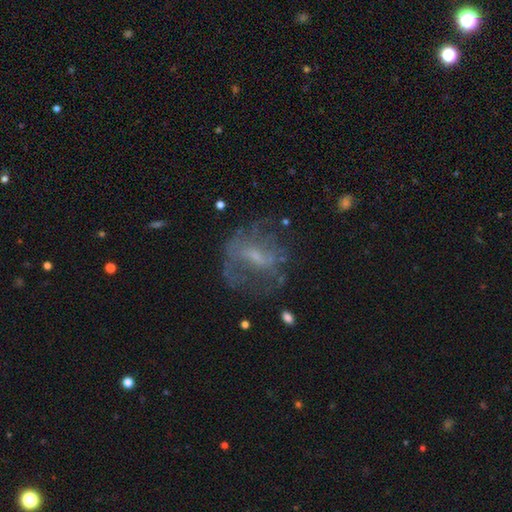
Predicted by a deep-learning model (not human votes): Q: Smooth or featured?
A: featured or disk (59%); runner-up: smooth (26%)
Q: Edge-on disk?
A: no (94%); runner-up: yes (6%)
Q: Bar?
A: weak (43%); runner-up: no (39%)
Q: Spiral arms?
A: no (53%); runner-up: yes (47%)
Q: Bulge size?
A: small (46%); runner-up: moderate (25%)
Q: Merging?
A: none (51%); runner-up: major disturbance (27%)